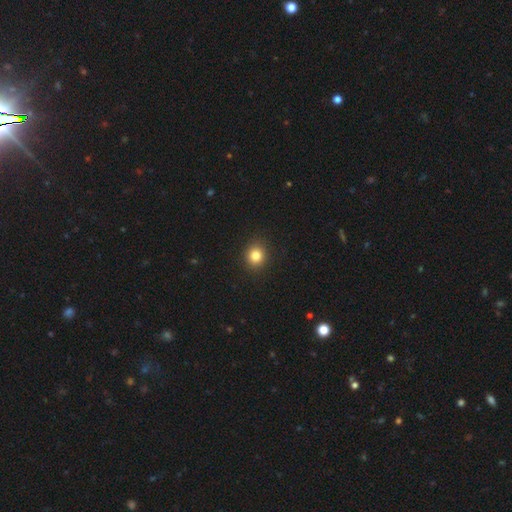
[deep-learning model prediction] Q: Smooth or featured?
A: smooth (82%); runner-up: star or artifact (12%)
Q: How rounded?
A: round (82%); runner-up: in between (17%)
Q: Merging?
A: none (91%); runner-up: minor disturbance (6%)